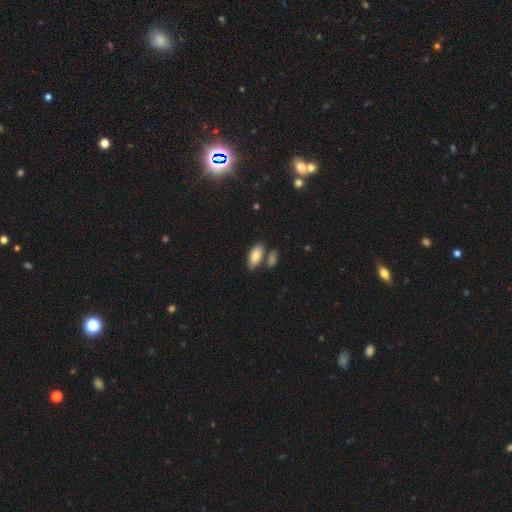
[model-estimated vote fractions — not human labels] This is clearly a smooth galaxy (81%). How rounded: clearly in between (88%). Merging: likely none (65%).